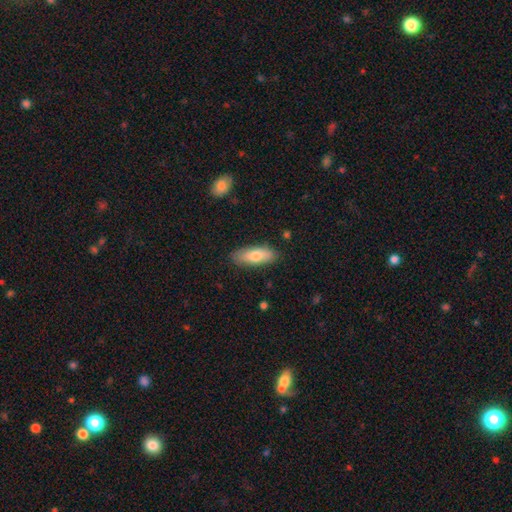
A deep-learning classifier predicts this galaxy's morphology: The model was most divided on "how rounded": in between: 70%, cigar-shaped: 27%, round: 2%. More confident: merging — none (85%); smooth or featured — smooth (76%).